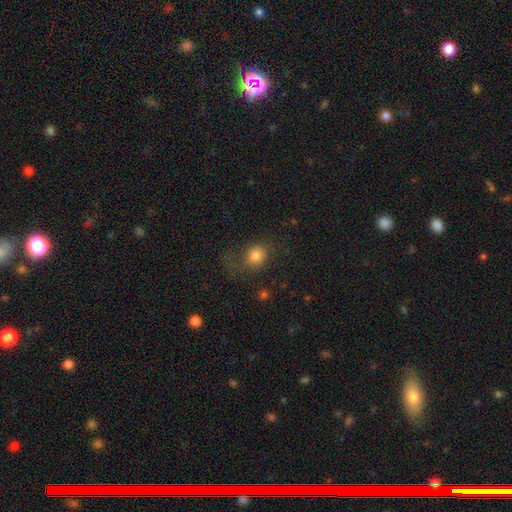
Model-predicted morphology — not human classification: Overall: smooth (79%). How rounded: round (68%; in between 31%). Merging: none (51%; major disturbance 24%).